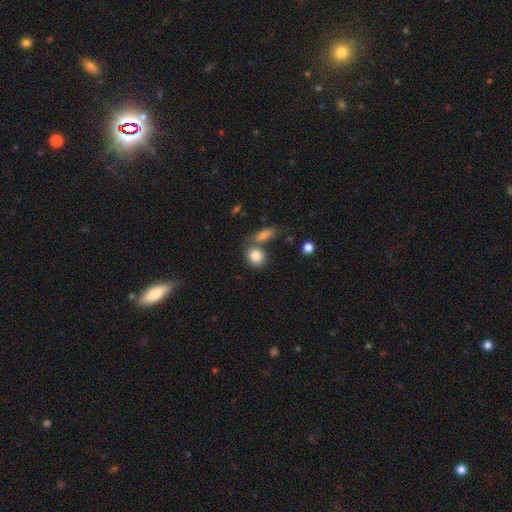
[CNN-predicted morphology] This is clearly a smooth galaxy (83%). How rounded: likely round (61%). Merging: possibly none (54%).